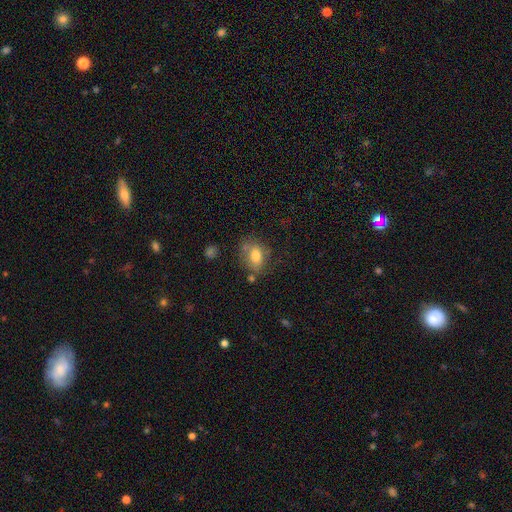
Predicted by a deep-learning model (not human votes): A smooth galaxy with no disk features (74%) that is in between round and cigar-shaped (68%).

Vote fractions:
- Smooth or featured? smooth: 74% / featured or disk: 16% / star or artifact: 9%
- How rounded? in between: 68% / round: 30% / cigar-shaped: 2%
- Merging? none: 58% / minor disturbance: 24% / merger: 9% / major disturbance: 9%